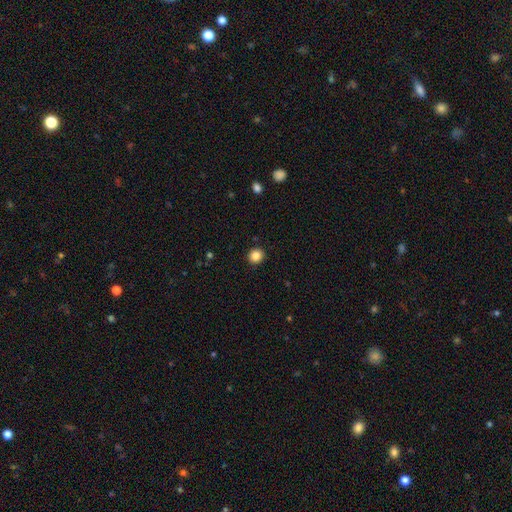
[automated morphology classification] Smooth or featured: smooth — 85% (star or artifact — 10%)
How rounded: round — 89% (in between — 10%)
Merging: none — 92% (minor disturbance — 5%)